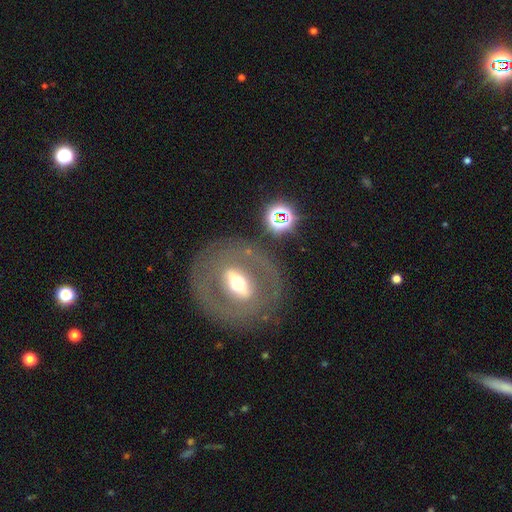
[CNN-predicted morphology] A featured or disk galaxy (68%) with a strong bar (39%), no spiral arms (64%) and a moderate central bulge (66%). Merging: none (79%).